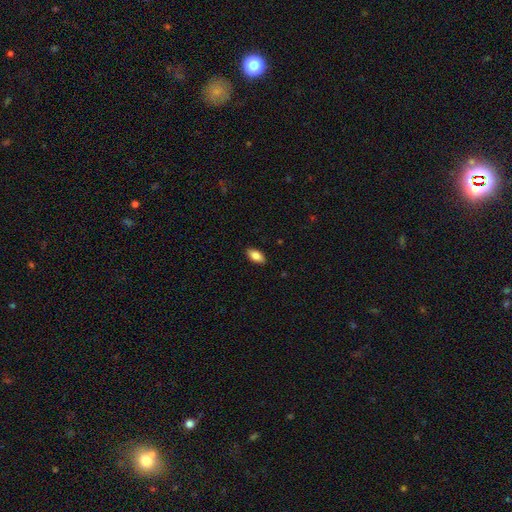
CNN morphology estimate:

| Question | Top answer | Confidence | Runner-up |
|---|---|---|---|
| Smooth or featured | smooth | 85% | featured or disk (8%) |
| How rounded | in between | 91% | cigar-shaped (6%) |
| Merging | none | 89% | minor disturbance (9%) |